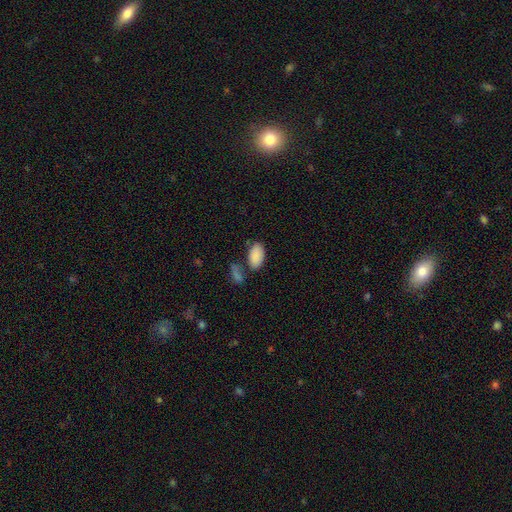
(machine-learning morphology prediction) A smooth galaxy with no disk features (88%) that is in between round and cigar-shaped (95%).

Vote fractions:
- Smooth or featured? smooth: 88% / star or artifact: 7% / featured or disk: 5%
- How rounded? in between: 95% / round: 3% / cigar-shaped: 2%
- Merging? none: 66% / merger: 15% / minor disturbance: 14% / major disturbance: 5%